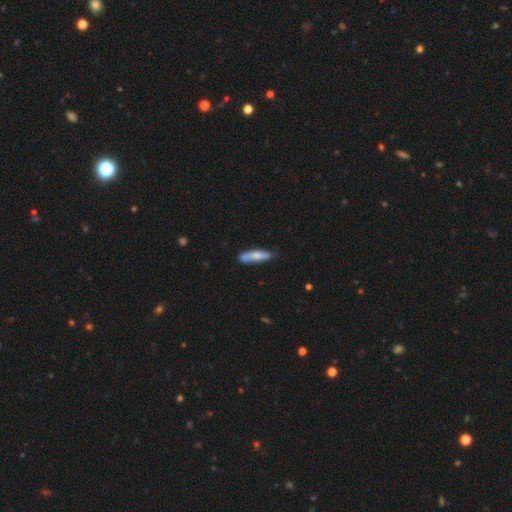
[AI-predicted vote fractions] The model was most divided on "smooth or featured": smooth: 73%, featured or disk: 21%, star or artifact: 5%. More confident: how rounded — cigar-shaped (80%); merging — none (74%).